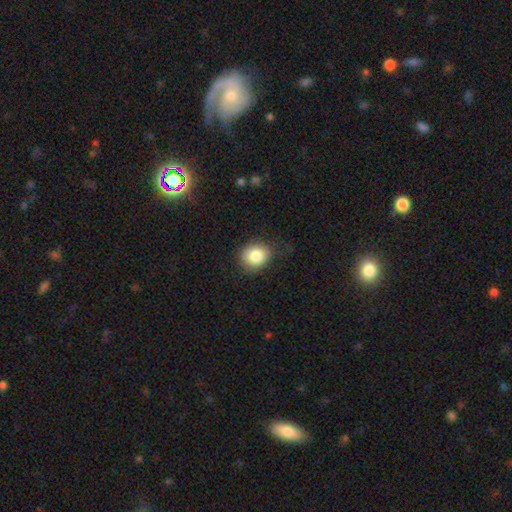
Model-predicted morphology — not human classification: The model was most divided on "how rounded": round: 70%, in between: 29%, cigar-shaped: 1%. More confident: smooth or featured — smooth (84%); merging — none (79%).